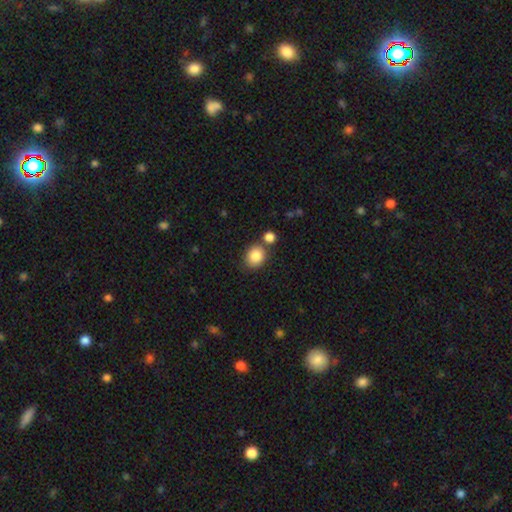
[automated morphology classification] smooth 85%, star or artifact 9%, featured or disk 6%. Down the decision tree: how rounded — round (70%); merging — none (71%).